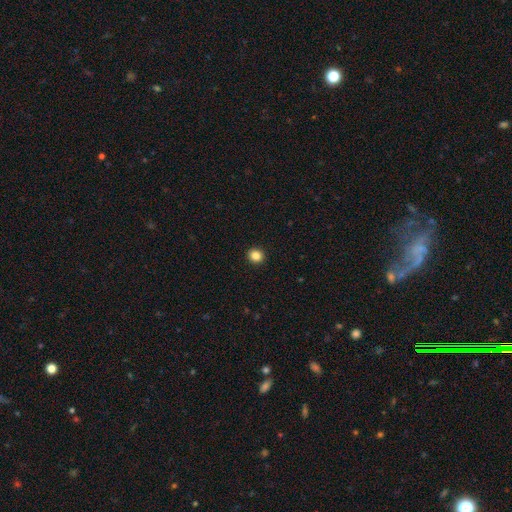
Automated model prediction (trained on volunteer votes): smooth-or-featured: smooth: 85% | star or artifact: 11% | featured or disk: 4%
  how-rounded: round: 87% | in between: 12% | cigar-shaped: 1%
  merging: none: 93% | minor disturbance: 4% | major disturbance: 1% | merger: 1%